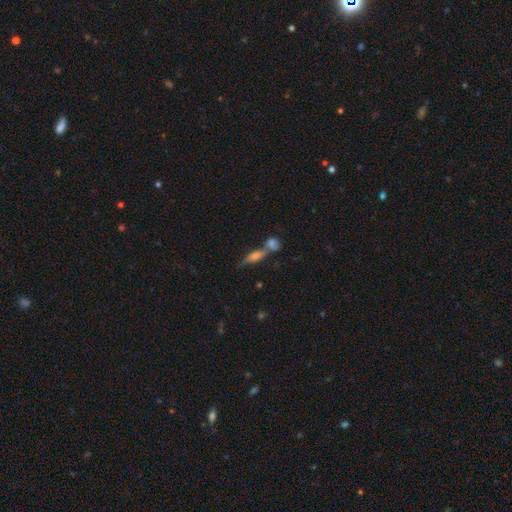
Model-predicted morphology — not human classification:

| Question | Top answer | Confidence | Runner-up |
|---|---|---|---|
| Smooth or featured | featured or disk | 43% | smooth (42%) |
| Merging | none | 46% | merger (39%) |